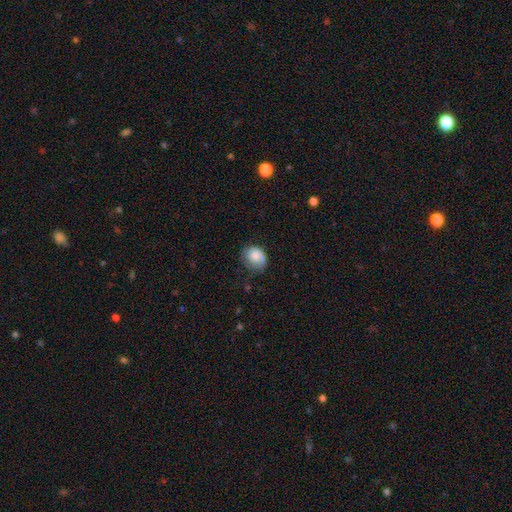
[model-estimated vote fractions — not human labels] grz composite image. It shows a smooth galaxy with no disk features (77%) that is round (61%). Merging: none (55%).